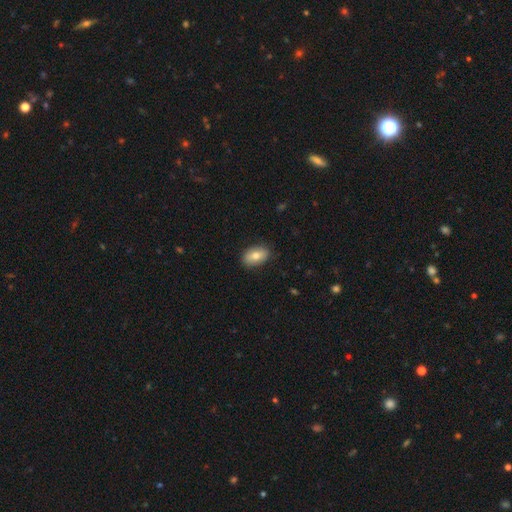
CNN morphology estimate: This is likely a smooth galaxy (76%). How rounded: clearly in between (90%). Merging: clearly none (86%).